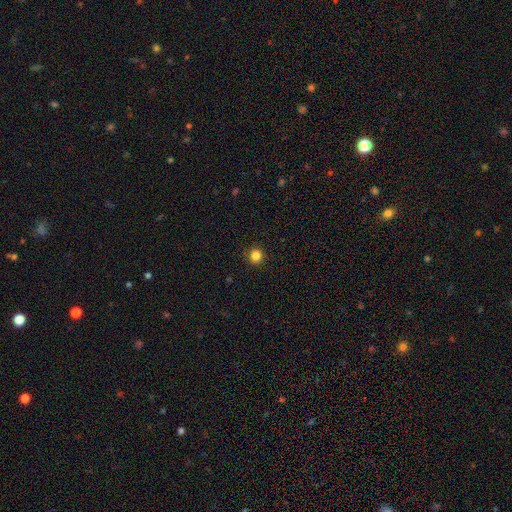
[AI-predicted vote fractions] The model was most divided on "smooth or featured": smooth: 84%, star or artifact: 12%, featured or disk: 4%. More confident: how rounded — round (93%); merging — none (92%).